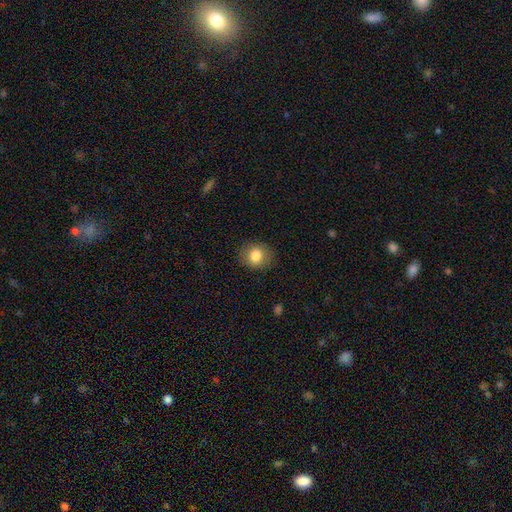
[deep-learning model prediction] This appears to be a smooth galaxy with no disk features (82%) that is round (71%). Merging: none (87%).